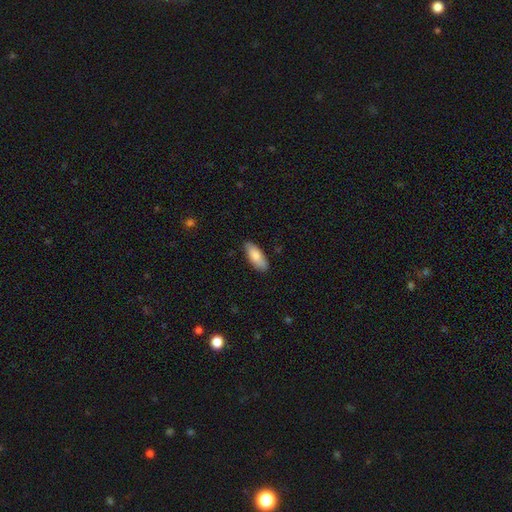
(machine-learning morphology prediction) Overall: smooth (82%). How rounded: in between (80%). Merging: none (86%).